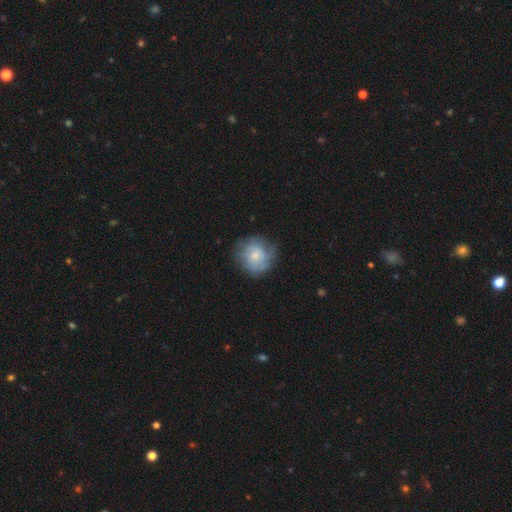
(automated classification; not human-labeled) Morphology: type=smooth (51%); roundness=round (87%); merging=none (70%).